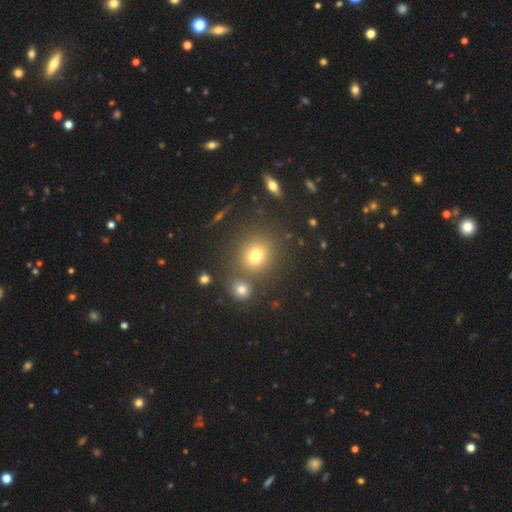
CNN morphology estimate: The model was most divided on "smooth or featured": smooth: 71%, star or artifact: 18%, featured or disk: 11%. More confident: how rounded — round (83%); merging — none (75%).